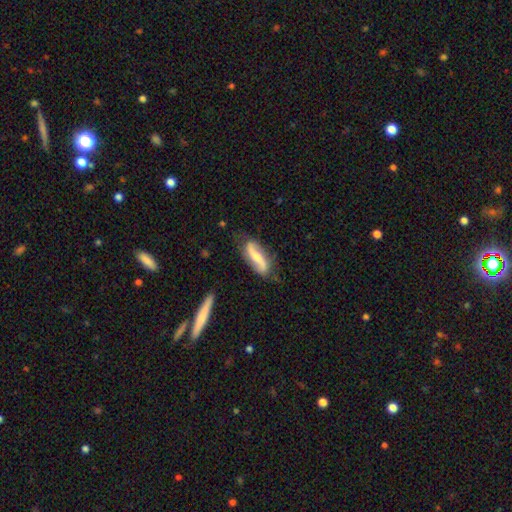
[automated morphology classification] A featured or disk galaxy (67%) with a weak bar (35%), 2 (90%) loose (72%) spiral arms (91%) and a small central bulge (44%). Merging: none (74%).